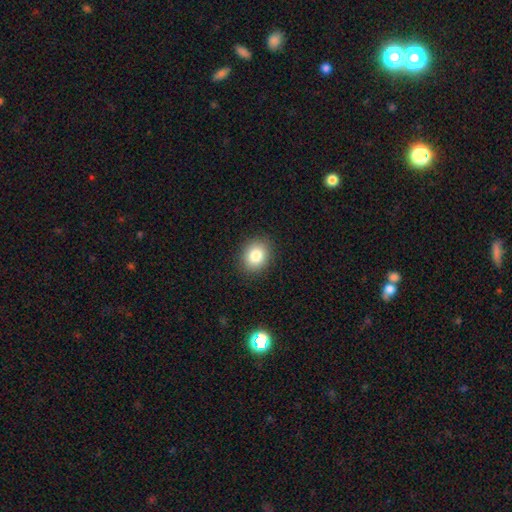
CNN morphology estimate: This is clearly a smooth galaxy (83%). How rounded: possibly round (59%). Merging: clearly none (89%).